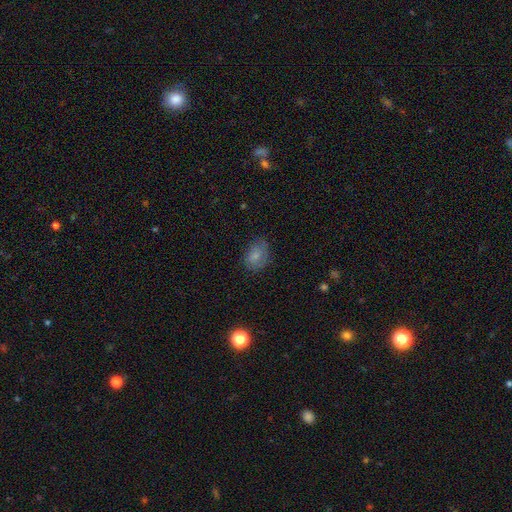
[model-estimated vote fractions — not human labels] Overall: smooth (75%). How rounded: in between (71%). Merging: none (68%).